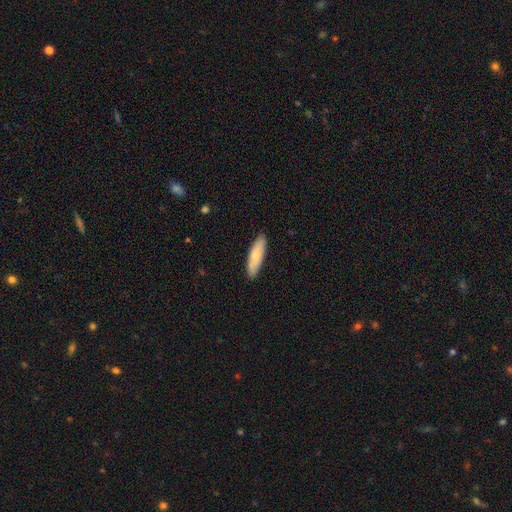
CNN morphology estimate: Smooth or featured?
  - smooth: 75% *
  - featured or disk: 20%
  - star or artifact: 5%
How rounded?
  - cigar-shaped: 65% *
  - in between: 33%
  - round: 2%
Merging?
  - none: 89% *
  - minor disturbance: 9%
  - major disturbance: 1%
  - merger: 1%